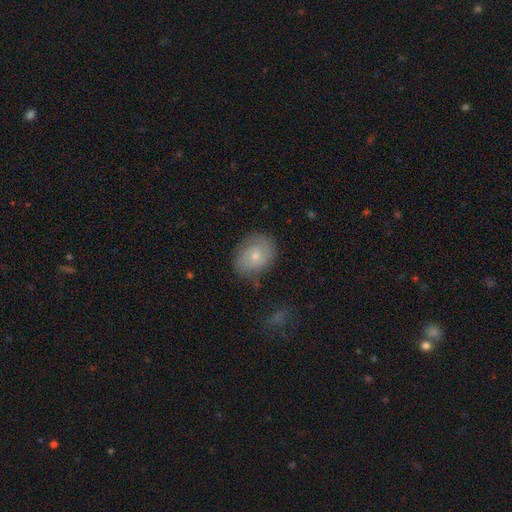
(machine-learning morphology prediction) A featured or disk galaxy (51%). Merging: none (75%).